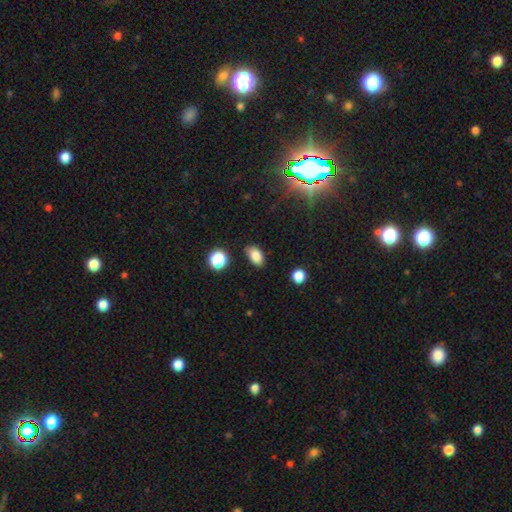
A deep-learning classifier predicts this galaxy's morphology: Q: Smooth or featured?
A: smooth (83%); runner-up: star or artifact (11%)
Q: How rounded?
A: in between (89%); runner-up: round (8%)
Q: Merging?
A: none (82%); runner-up: minor disturbance (13%)